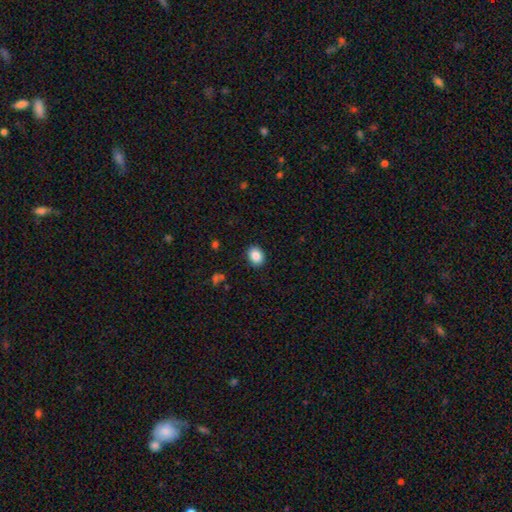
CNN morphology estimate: type=smooth (87%); roundness=in between (53%); merging=none (90%).